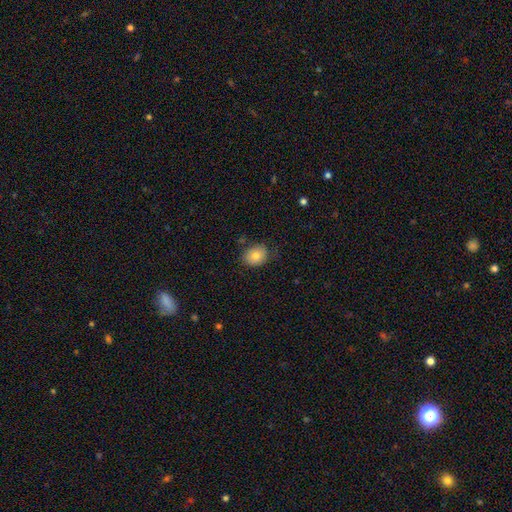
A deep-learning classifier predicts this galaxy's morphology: smooth-or-featured: smooth: 79% | featured or disk: 12% | star or artifact: 9%
  how-rounded: round: 53% | in between: 46% | cigar-shaped: 1%
  merging: none: 72% | minor disturbance: 20% | major disturbance: 5% | merger: 2%